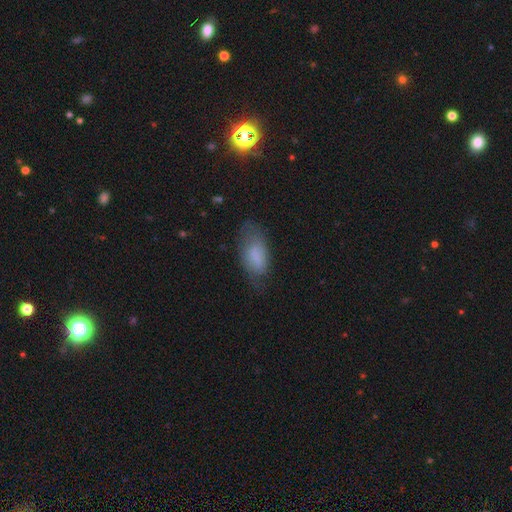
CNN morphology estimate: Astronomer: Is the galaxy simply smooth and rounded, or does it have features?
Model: smooth — 72%.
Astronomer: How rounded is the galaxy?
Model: in between — 88%.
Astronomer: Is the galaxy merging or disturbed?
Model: none — 58%.